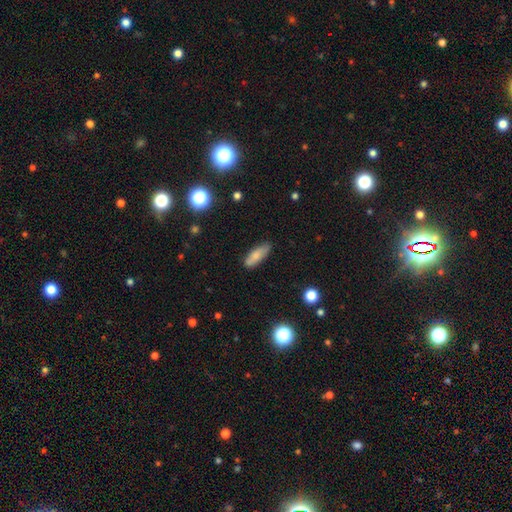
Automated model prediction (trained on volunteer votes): smooth_or_featured: smooth (p=0.78) [alt: featured or disk p=0.14]
how_rounded: in between (p=0.56) [alt: cigar-shaped p=0.42]
merging: none (p=0.81) [alt: minor disturbance p=0.15]